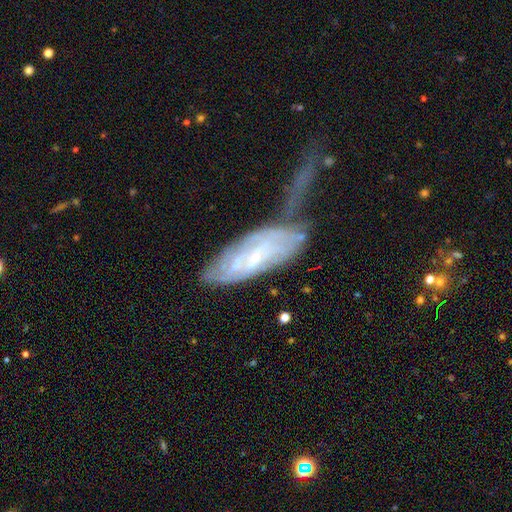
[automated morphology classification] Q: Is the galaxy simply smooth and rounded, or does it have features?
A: featured or disk — 70%.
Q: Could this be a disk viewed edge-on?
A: no — 86%.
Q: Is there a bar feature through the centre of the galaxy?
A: no — 44%.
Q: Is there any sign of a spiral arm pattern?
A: yes — 79%.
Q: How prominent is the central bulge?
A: small — 72%.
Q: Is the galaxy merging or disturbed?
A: none — 36%.